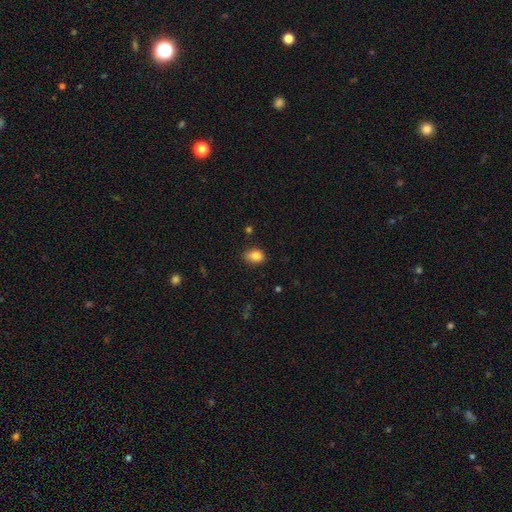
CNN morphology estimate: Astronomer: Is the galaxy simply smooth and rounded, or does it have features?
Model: smooth — 84%.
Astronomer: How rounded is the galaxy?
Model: in between — 76%.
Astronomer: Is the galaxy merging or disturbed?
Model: none — 70%.